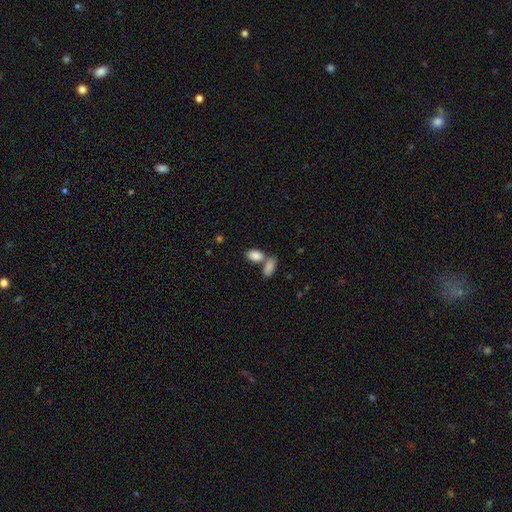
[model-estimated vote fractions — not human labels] This appears to be a smooth galaxy with no disk features (87%) that is in between round and cigar-shaped (93%). Merging: merger (45%).